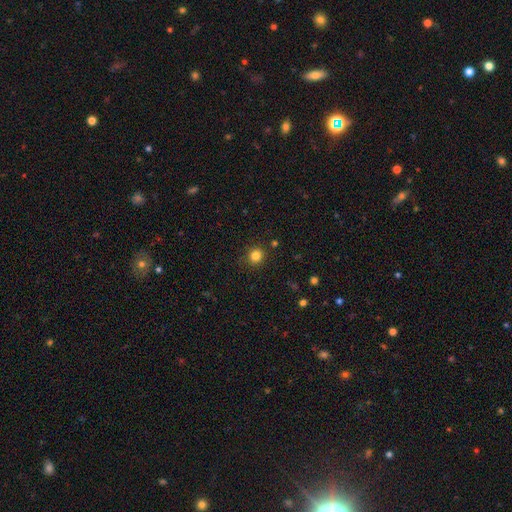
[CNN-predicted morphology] Smooth or featured: smooth — 82% (star or artifact — 13%)
How rounded: round — 89% (in between — 10%)
Merging: none — 88% (minor disturbance — 8%)